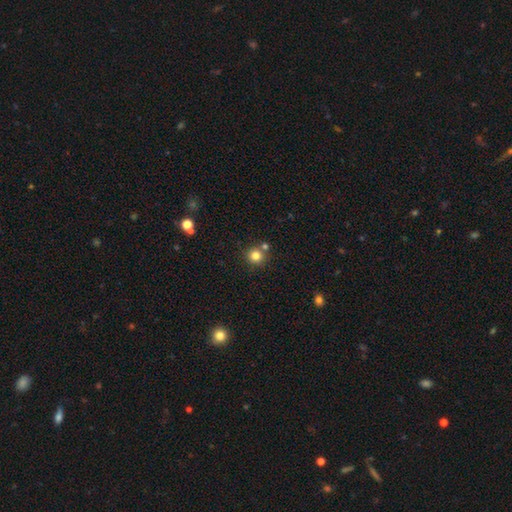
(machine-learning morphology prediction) Smooth or featured: smooth — 81% (star or artifact — 13%)
How rounded: round — 93% (in between — 6%)
Merging: none — 73% (merger — 16%)